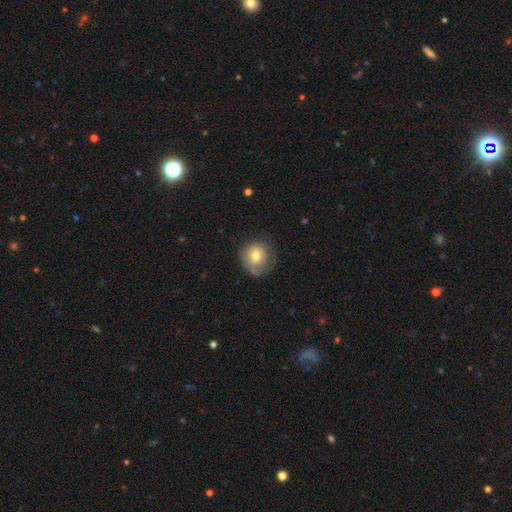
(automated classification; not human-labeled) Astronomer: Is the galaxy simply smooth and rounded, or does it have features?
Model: smooth — 69%.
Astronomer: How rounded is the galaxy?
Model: round — 88%.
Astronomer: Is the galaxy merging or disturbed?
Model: none — 64%.